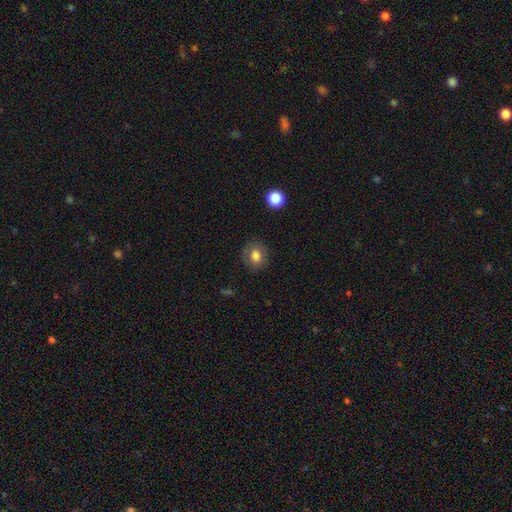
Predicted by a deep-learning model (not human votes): A smooth galaxy with no disk features (78%) that is round (75%).

Vote fractions:
- Smooth or featured? smooth: 78% / featured or disk: 12% / star or artifact: 10%
- How rounded? round: 75% / in between: 24% / cigar-shaped: 1%
- Merging? none: 83% / minor disturbance: 12% / major disturbance: 4% / merger: 1%